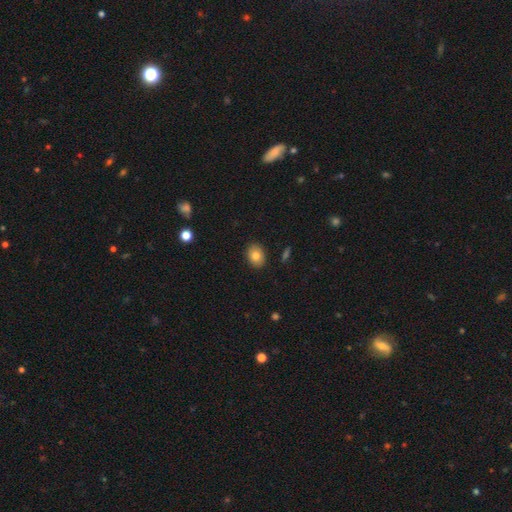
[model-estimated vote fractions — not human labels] Smooth or featured?
  - smooth: 80% *
  - featured or disk: 11%
  - star or artifact: 9%
How rounded?
  - in between: 66% *
  - round: 33%
  - cigar-shaped: 1%
Merging?
  - none: 89% *
  - minor disturbance: 8%
  - major disturbance: 2%
  - merger: 1%